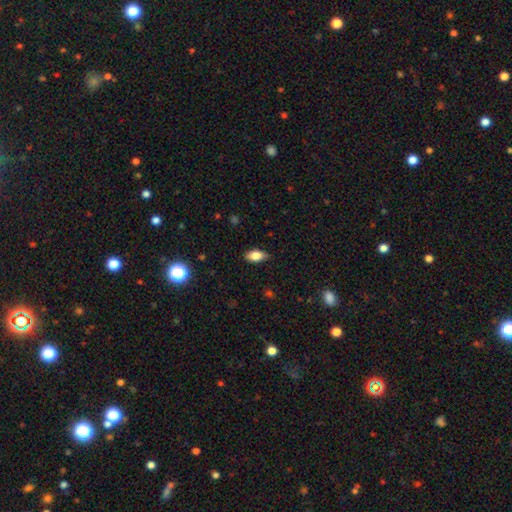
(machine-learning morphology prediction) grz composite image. It shows a smooth galaxy with no disk features (81%) that is in between round and cigar-shaped (89%). Merging: none (84%).